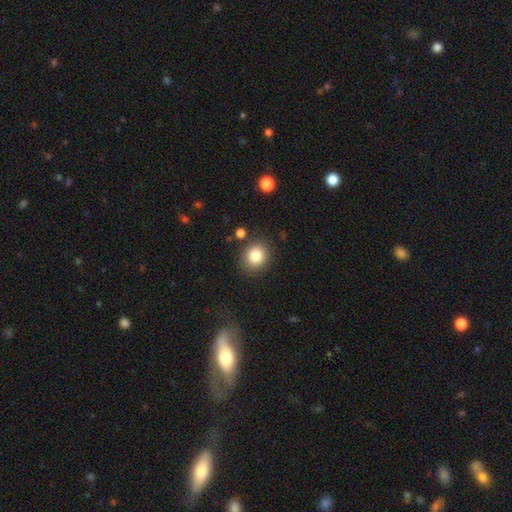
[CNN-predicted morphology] smooth_or_featured: smooth (p=0.83) [alt: star or artifact p=0.10]
how_rounded: round (p=0.75) [alt: in between p=0.24]
merging: none (p=0.85) [alt: minor disturbance p=0.09]